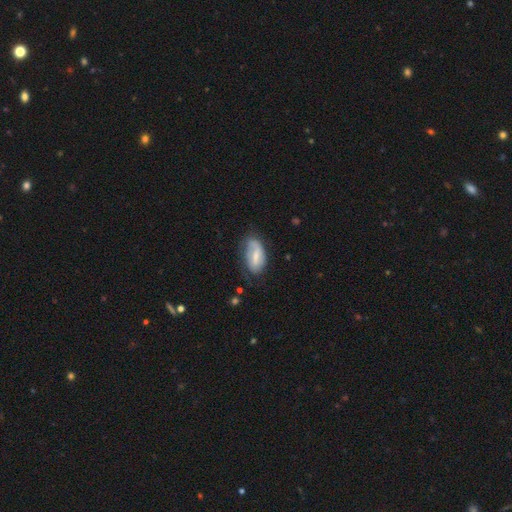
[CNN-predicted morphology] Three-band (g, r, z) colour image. It shows a smooth galaxy with no disk features (47%). Merging: none (54%).